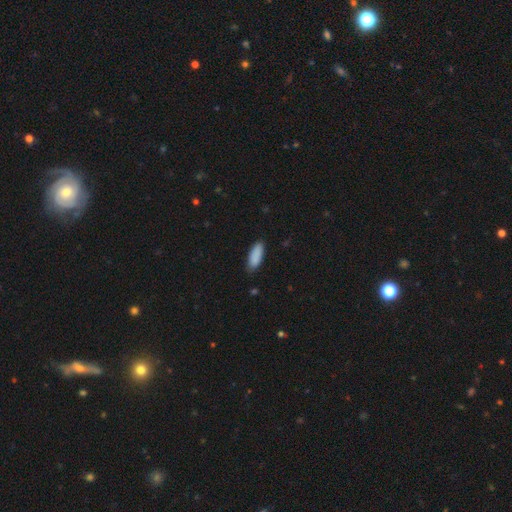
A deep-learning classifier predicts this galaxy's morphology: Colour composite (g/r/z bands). It shows a smooth galaxy with no disk features (90%) that is in between round and cigar-shaped (73%). Merging: none (82%).